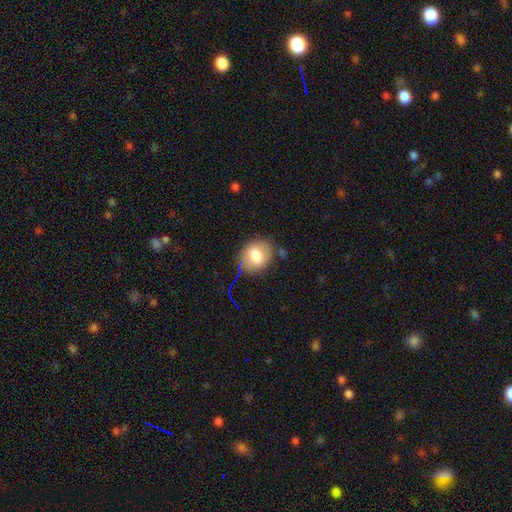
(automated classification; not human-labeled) smooth-or-featured: smooth: 74% | featured or disk: 16% | star or artifact: 10%
  how-rounded: round: 58% | in between: 40% | cigar-shaped: 1%
  merging: none: 78% | minor disturbance: 14% | major disturbance: 4% | merger: 4%